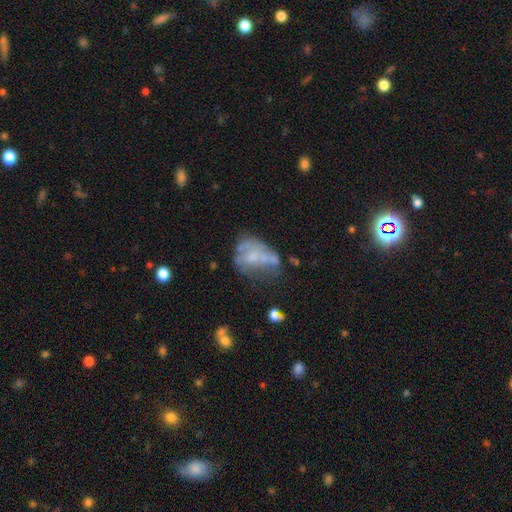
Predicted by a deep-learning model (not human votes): This appears to be a featured or disk galaxy (50%). Merging: major disturbance (31%).